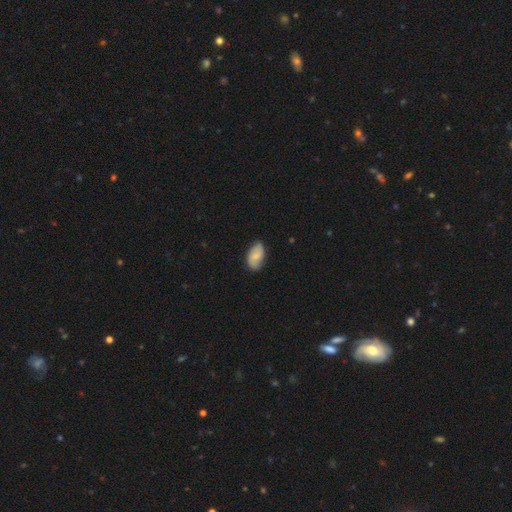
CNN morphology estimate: A smooth galaxy with no disk features (63%) that is in between round and cigar-shaped (93%).

Vote fractions:
- Smooth or featured? smooth: 63% / featured or disk: 30% / star or artifact: 7%
- How rounded? in between: 93% / round: 5% / cigar-shaped: 2%
- Merging? none: 76% / minor disturbance: 20% / major disturbance: 3% / merger: 1%